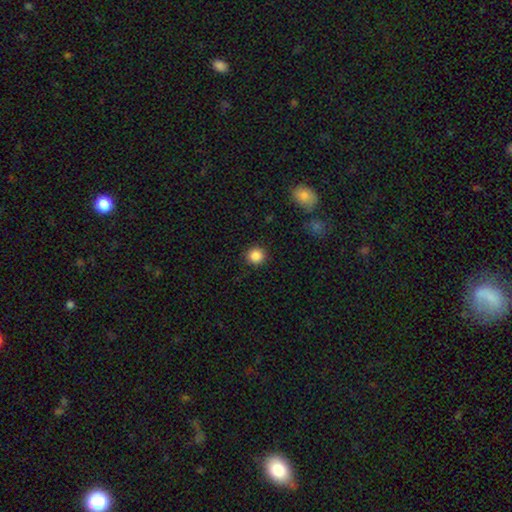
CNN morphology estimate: smooth_or_featured: smooth (p=0.87) [alt: star or artifact p=0.10]
how_rounded: round (p=0.93) [alt: in between p=0.06]
merging: none (p=0.91) [alt: minor disturbance p=0.06]